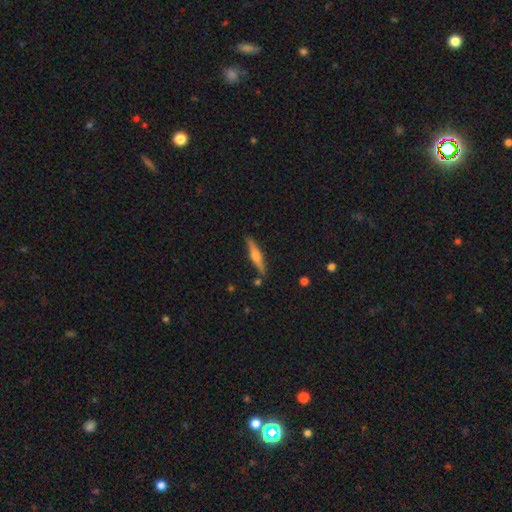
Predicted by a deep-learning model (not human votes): Overall: featured or disk (55%; smooth 39%). Edge-on disk: yes (95%). Edge-on bulge: rounded (84%). Merging: none (84%).